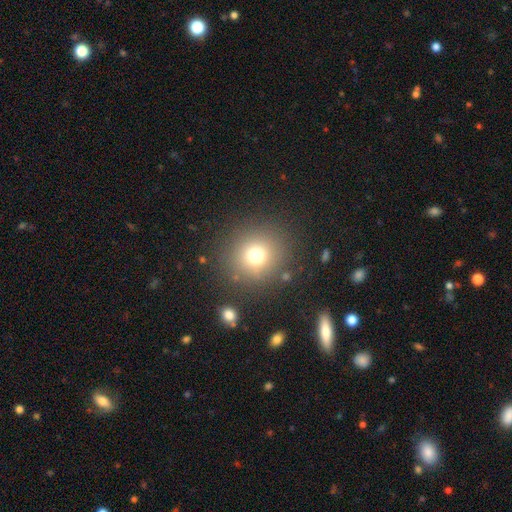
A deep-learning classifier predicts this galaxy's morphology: This is likely a smooth galaxy (73%). How rounded: clearly round (91%). Merging: clearly none (85%).